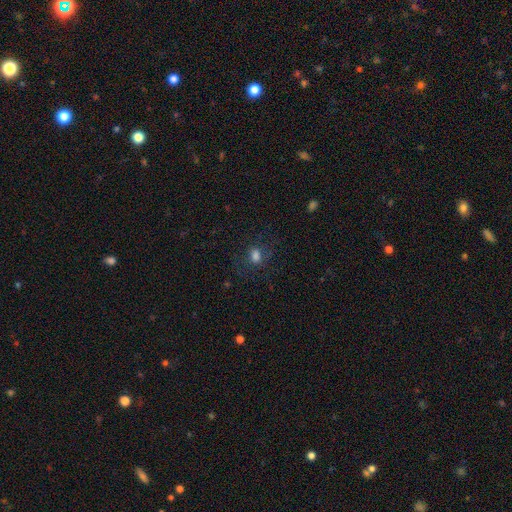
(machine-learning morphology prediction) smooth-or-featured: smooth: 70% | star or artifact: 17% | featured or disk: 13%
  how-rounded: in between: 61% | round: 37% | cigar-shaped: 2%
  merging: none: 66% | minor disturbance: 18% | major disturbance: 14% | merger: 2%